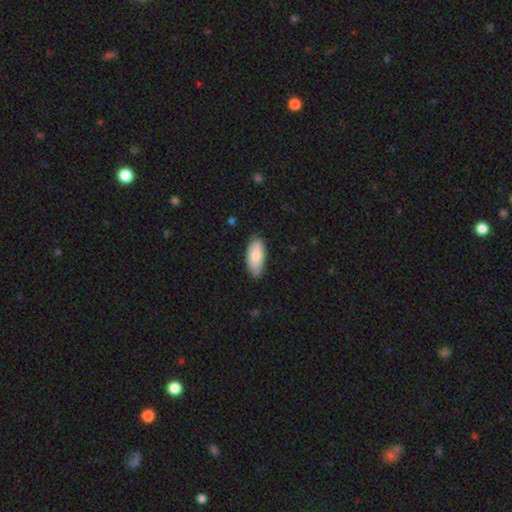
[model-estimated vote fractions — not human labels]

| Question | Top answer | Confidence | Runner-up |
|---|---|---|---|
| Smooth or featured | smooth | 80% | featured or disk (14%) |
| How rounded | in between | 90% | cigar-shaped (8%) |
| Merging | none | 78% | minor disturbance (18%) |